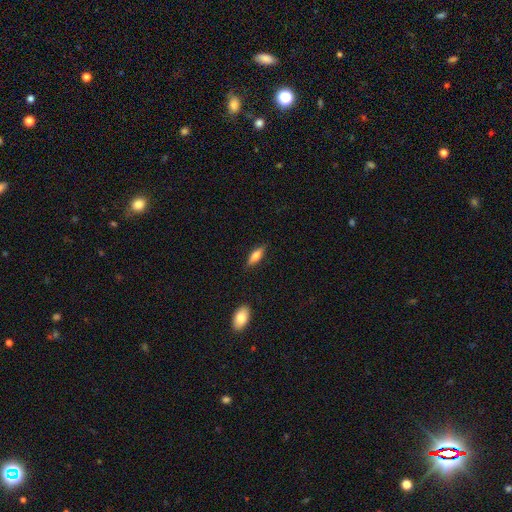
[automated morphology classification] smooth_or_featured: smooth (p=0.63) [alt: featured or disk p=0.31]
how_rounded: in between (p=0.57) [alt: cigar-shaped p=0.40]
merging: none (p=0.85) [alt: minor disturbance p=0.11]